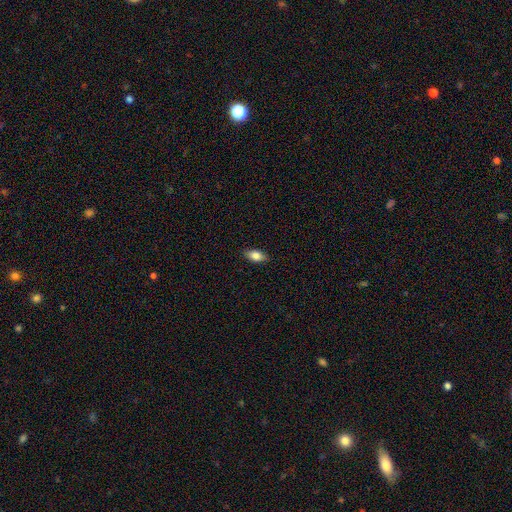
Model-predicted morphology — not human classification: Smooth or featured? Predicted: smooth (p=0.81). How rounded? Predicted: in between (p=0.87). Merging? Predicted: none (p=0.88).